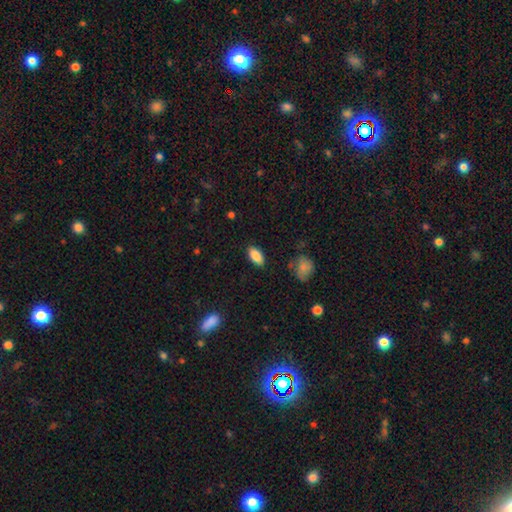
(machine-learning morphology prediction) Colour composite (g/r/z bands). It shows a smooth galaxy with no disk features (87%) that is in between round and cigar-shaped (91%). Merging: none (86%).